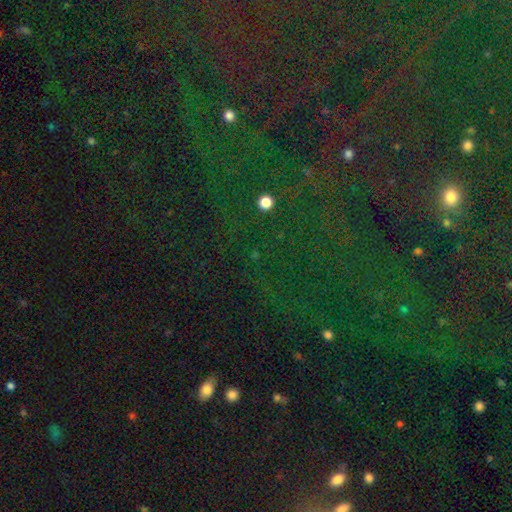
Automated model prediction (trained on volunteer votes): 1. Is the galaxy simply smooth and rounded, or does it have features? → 83% star or artifact, 10% smooth, 7% featured or disk.